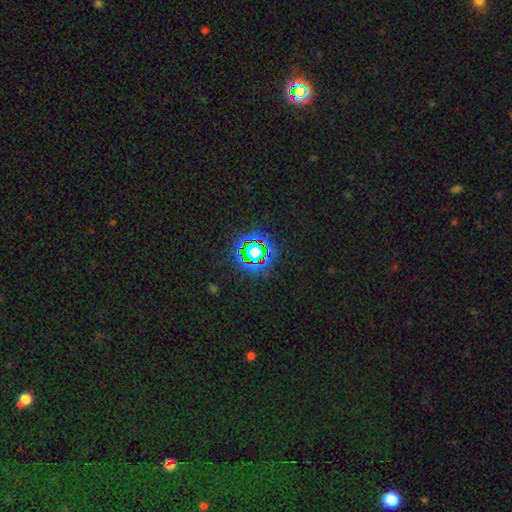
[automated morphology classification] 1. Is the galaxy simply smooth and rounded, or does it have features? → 78% star or artifact, 14% smooth, 8% featured or disk.